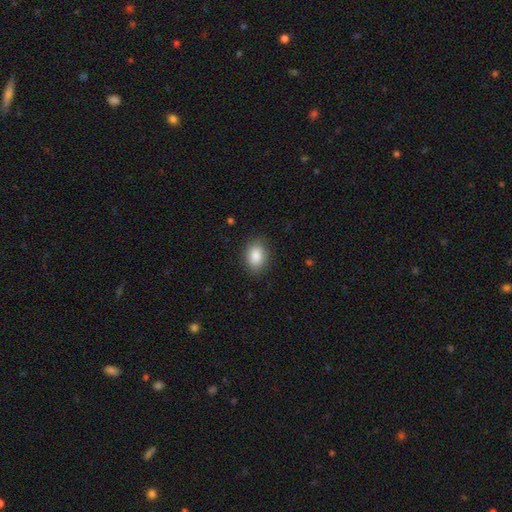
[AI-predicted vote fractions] This appears to be a smooth galaxy with no disk features (87%) that is in between round and cigar-shaped (78%). Merging: none (87%).